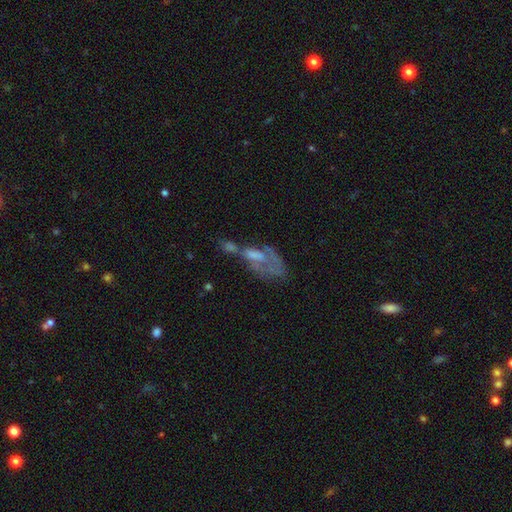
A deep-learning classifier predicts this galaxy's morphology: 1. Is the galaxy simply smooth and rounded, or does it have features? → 54% featured or disk, 30% smooth, 16% star or artifact.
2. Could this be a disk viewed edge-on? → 91% no, 9% yes.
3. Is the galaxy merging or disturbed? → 42% merger, 30% major disturbance, 17% none, 11% minor disturbance.